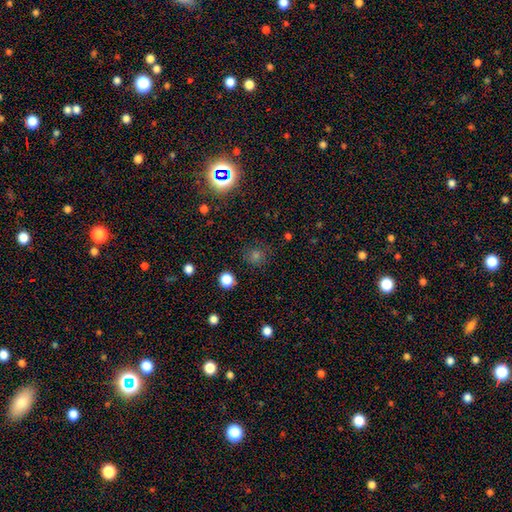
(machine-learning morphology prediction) This appears to be a smooth galaxy with no disk features (58%) that is round (89%). Merging: none (86%).